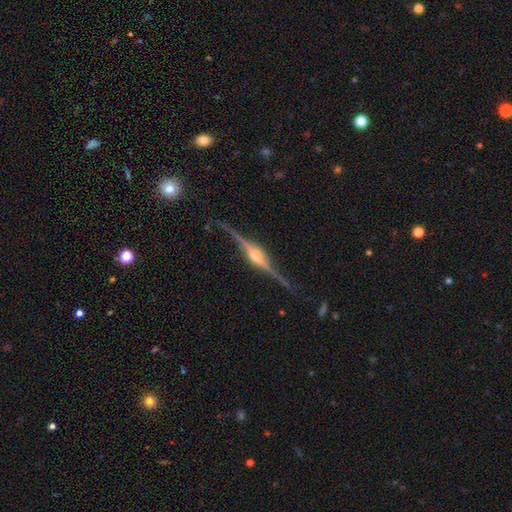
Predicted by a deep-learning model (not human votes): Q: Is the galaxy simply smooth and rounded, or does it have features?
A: featured or disk — 91%.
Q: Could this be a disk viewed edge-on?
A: yes — 97%.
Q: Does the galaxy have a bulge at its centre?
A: rounded — 89%.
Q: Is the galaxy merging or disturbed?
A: none — 85%.